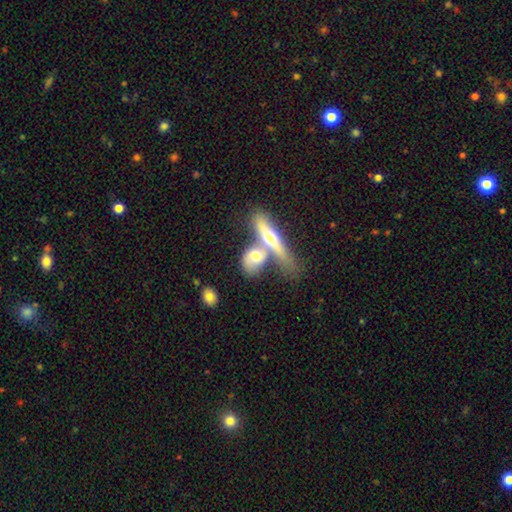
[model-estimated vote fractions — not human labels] Smooth or featured: smooth — 53% (featured or disk — 41%)
How rounded: in between — 56% (cigar-shaped — 29%)
Merging: merger — 61% (none — 24%)